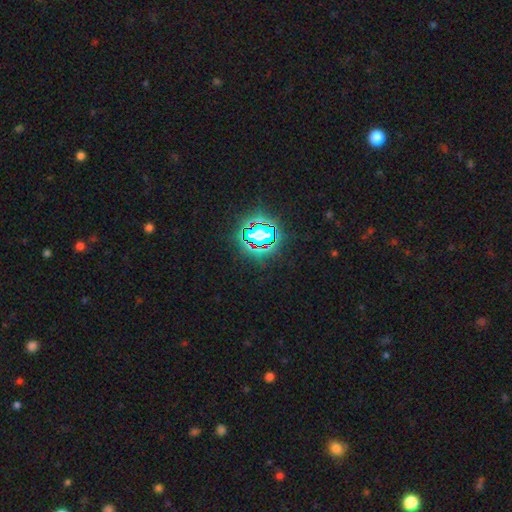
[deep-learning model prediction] This is likely a star or artifact rather than a galaxy (79%).